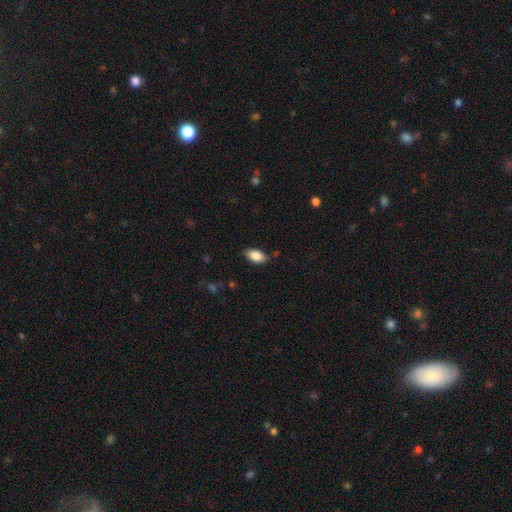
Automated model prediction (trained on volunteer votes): Smooth or featured? Predicted: smooth (p=0.85). How rounded? Predicted: in between (p=0.92). Merging? Predicted: none (p=0.82).